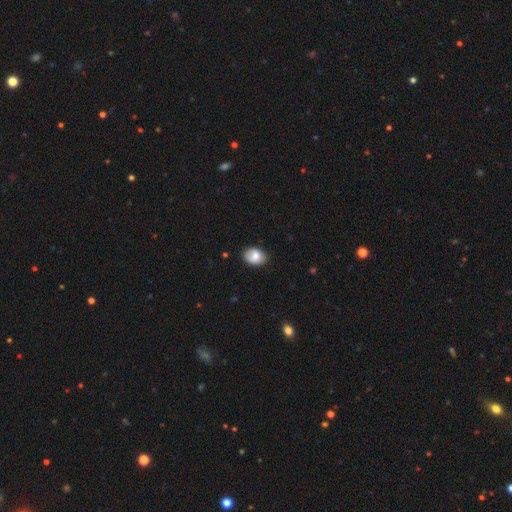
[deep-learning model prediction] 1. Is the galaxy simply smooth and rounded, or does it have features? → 80% smooth, 13% featured or disk, 7% star or artifact.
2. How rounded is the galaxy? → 71% in between, 28% round, 1% cigar-shaped.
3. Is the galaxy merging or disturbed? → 81% none, 15% minor disturbance, 3% major disturbance, 1% merger.